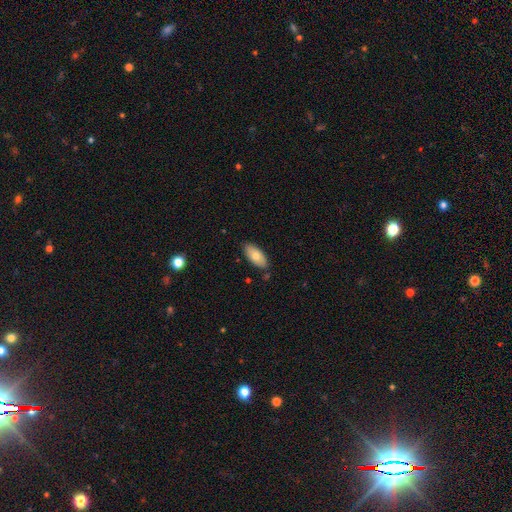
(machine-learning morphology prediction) Smooth or featured? Predicted: smooth (p=0.74). How rounded? Predicted: in between (p=0.89). Merging? Predicted: none (p=0.84).